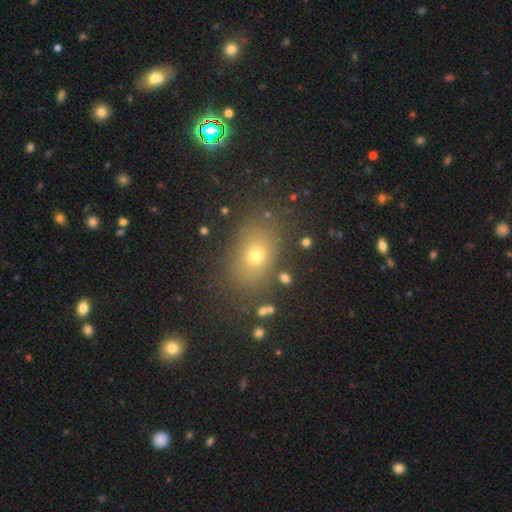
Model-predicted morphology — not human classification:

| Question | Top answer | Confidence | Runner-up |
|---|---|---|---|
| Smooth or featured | smooth | 69% | star or artifact (19%) |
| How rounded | in between | 64% | round (34%) |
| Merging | none | 82% | minor disturbance (11%) |